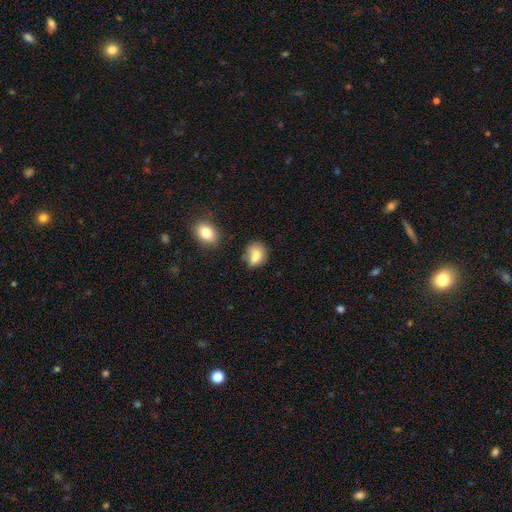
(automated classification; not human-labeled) This is likely a smooth galaxy (76%). How rounded: possibly in between (52%). Merging: possibly none (53%).